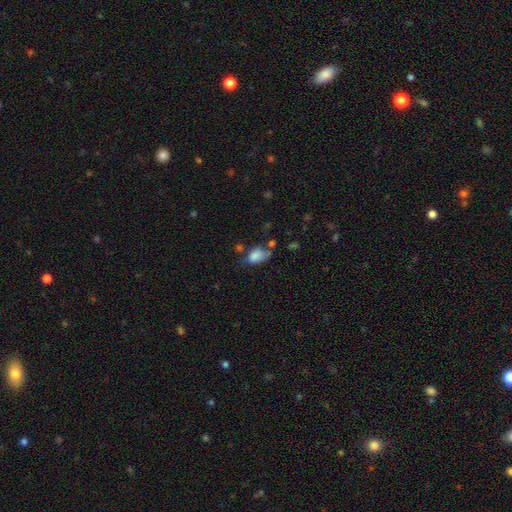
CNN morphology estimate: Smooth or featured?
  - smooth: 79% *
  - featured or disk: 11%
  - star or artifact: 10%
How rounded?
  - in between: 86% *
  - round: 13%
  - cigar-shaped: 2%
Merging?
  - minor disturbance: 33% *
  - none: 32%
  - major disturbance: 21%
  - merger: 13%